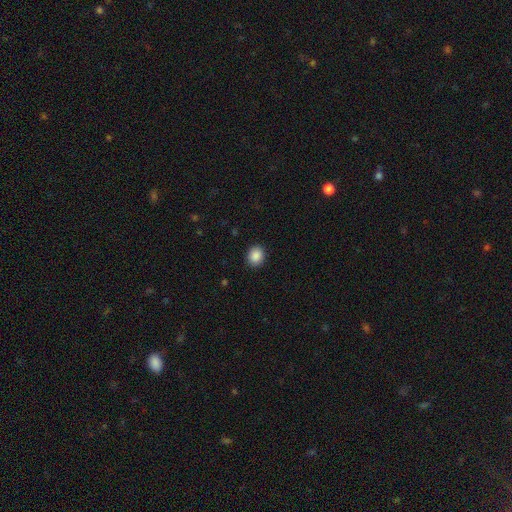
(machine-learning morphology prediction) smooth-or-featured: smooth: 89% | star or artifact: 9% | featured or disk: 3%
  how-rounded: round: 66% | in between: 33% | cigar-shaped: 1%
  merging: none: 91% | minor disturbance: 6% | major disturbance: 2% | merger: 1%